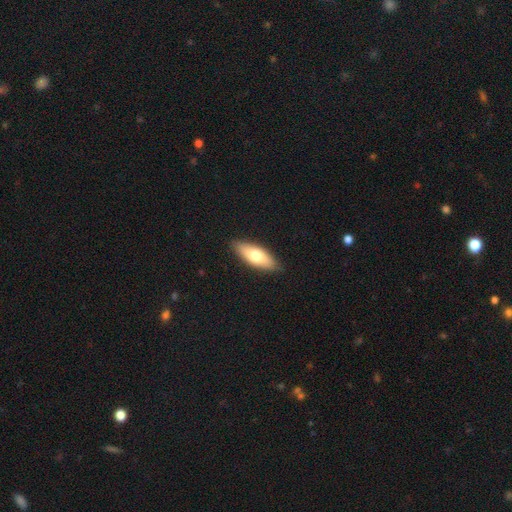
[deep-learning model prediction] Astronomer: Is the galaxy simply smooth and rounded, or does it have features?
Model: smooth — 70%.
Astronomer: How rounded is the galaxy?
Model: in between — 70%.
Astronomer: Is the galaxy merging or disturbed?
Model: none — 88%.